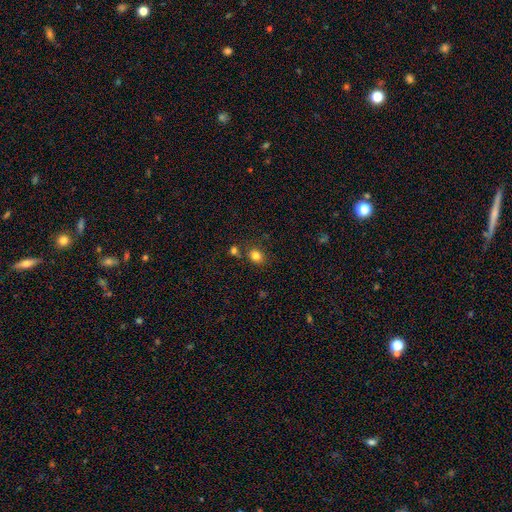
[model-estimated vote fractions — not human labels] Smooth or featured? smooth (82%)
How rounded? round (66%)
Merging? none (74%)